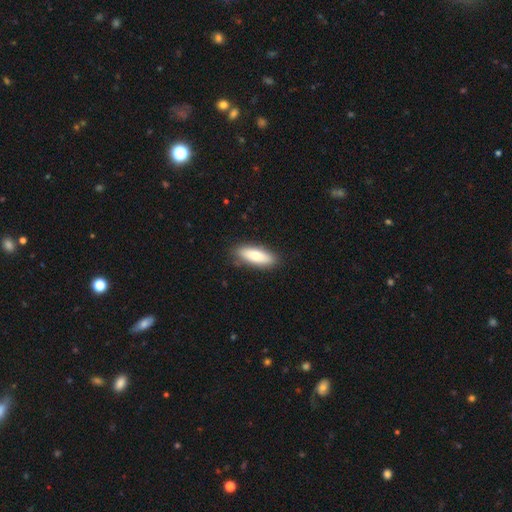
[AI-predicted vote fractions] Morphology: type=smooth (76%); roundness=in between (65%); merging=none (86%).